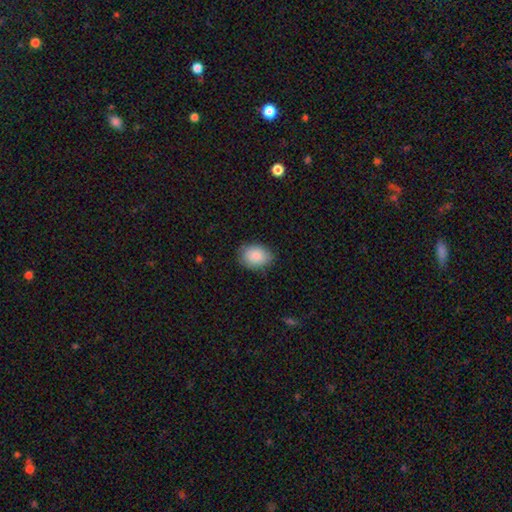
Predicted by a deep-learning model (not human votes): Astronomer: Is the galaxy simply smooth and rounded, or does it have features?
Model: smooth — 88%.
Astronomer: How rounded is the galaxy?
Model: in between — 70%.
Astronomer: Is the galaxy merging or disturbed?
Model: none — 81%.